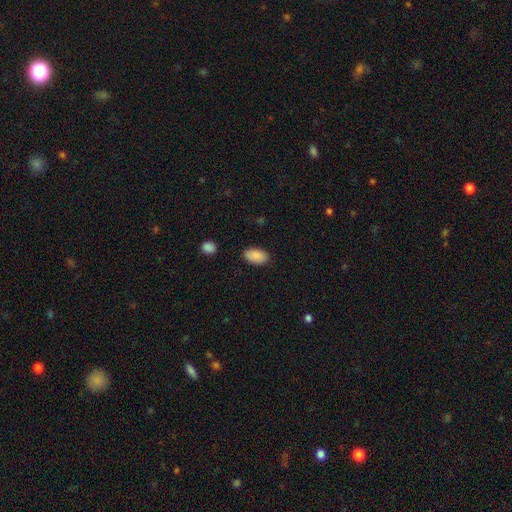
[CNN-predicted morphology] smooth_or_featured: smooth (p=0.90) [alt: star or artifact p=0.07]
how_rounded: in between (p=0.94) [alt: round p=0.04]
merging: none (p=0.86) [alt: minor disturbance p=0.10]